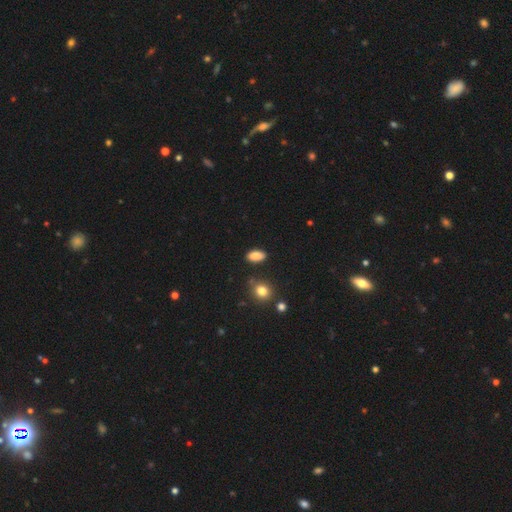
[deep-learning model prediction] This is clearly a smooth galaxy (87%). How rounded: clearly in between (90%). Merging: clearly none (84%).